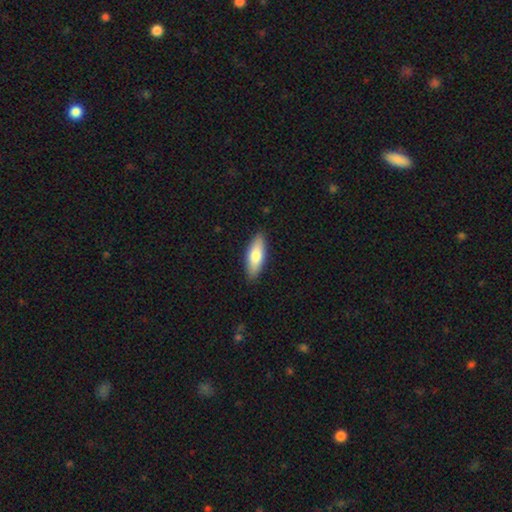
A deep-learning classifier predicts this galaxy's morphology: Smooth or featured? smooth (78%)
How rounded? in between (62%)
Merging? none (89%)